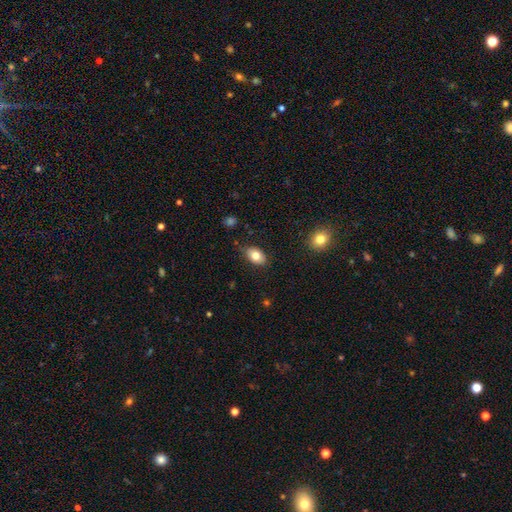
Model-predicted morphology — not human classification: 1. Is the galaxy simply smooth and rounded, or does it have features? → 80% smooth, 12% featured or disk, 8% star or artifact.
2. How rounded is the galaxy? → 87% in between, 12% round, 1% cigar-shaped.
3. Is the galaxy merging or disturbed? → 81% none, 15% minor disturbance, 3% major disturbance, 1% merger.